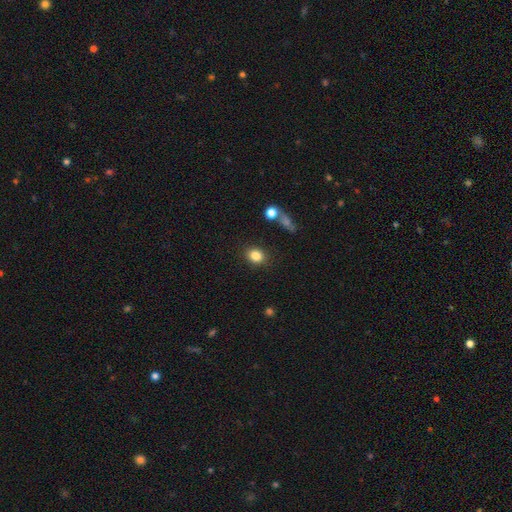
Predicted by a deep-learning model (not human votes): Morphology: type=smooth (84%); roundness=round (63%); merging=none (85%).